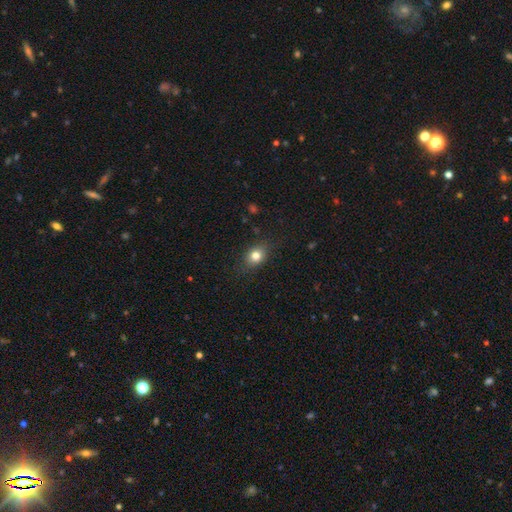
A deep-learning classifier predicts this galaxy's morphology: Smooth or featured: smooth — 79% (star or artifact — 11%)
How rounded: in between — 52% (round — 46%)
Merging: none — 83% (minor disturbance — 13%)